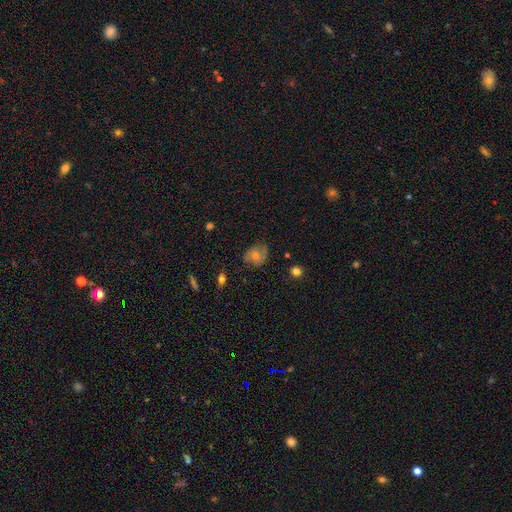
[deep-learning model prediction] smooth-or-featured: featured or disk: 43% | smooth: 41% | star or artifact: 15%
  merging: none: 69% | minor disturbance: 22% | major disturbance: 7% | merger: 2%